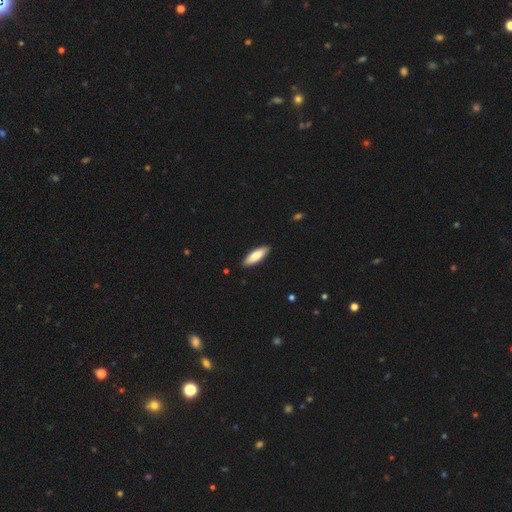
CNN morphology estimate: A smooth galaxy with no disk features (78%) that is in between round and cigar-shaped (51%). Merging: none (90%).